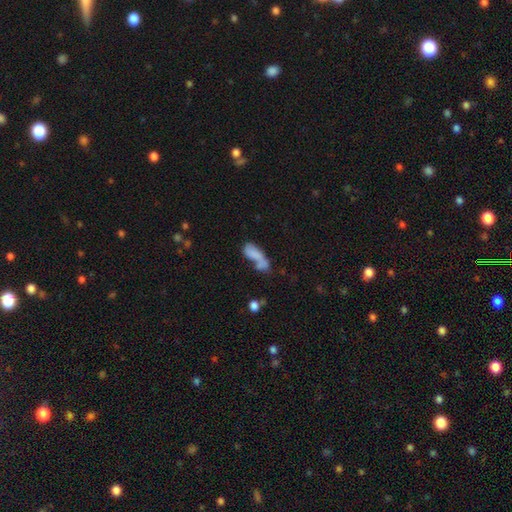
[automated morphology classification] A smooth galaxy with no disk features (66%) that is in between round and cigar-shaped (68%). Merging: merger (42%).